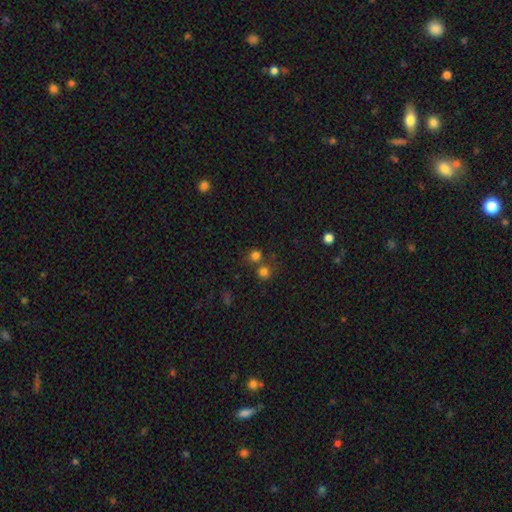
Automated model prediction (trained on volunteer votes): smooth_or_featured: smooth (p=0.73) [alt: star or artifact p=0.20]
how_rounded: round (p=0.90) [alt: in between p=0.09]
merging: none (p=0.63) [alt: merger p=0.26]